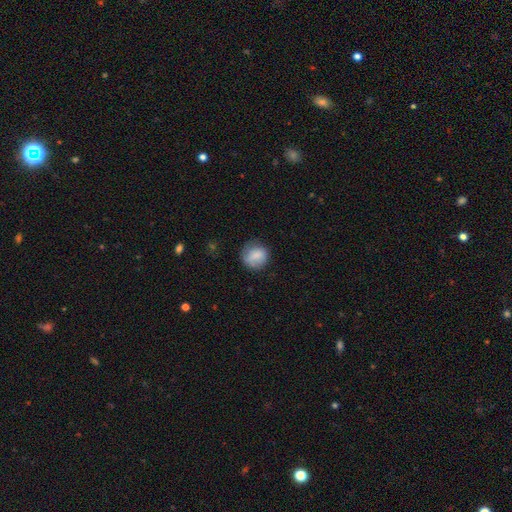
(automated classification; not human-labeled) The model was most divided on "merging": none: 69%, minor disturbance: 22%, major disturbance: 8%, merger: 1%. More confident: how rounded — round (81%); smooth or featured — smooth (80%).